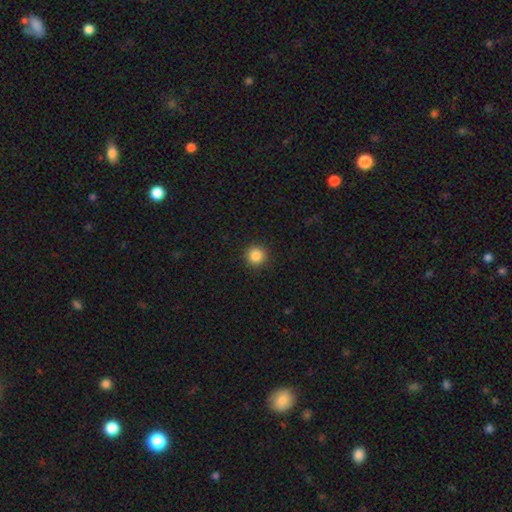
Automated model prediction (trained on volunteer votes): The model was most divided on "smooth or featured": smooth: 86%, star or artifact: 11%, featured or disk: 4%. More confident: how rounded — round (95%); merging — none (92%).